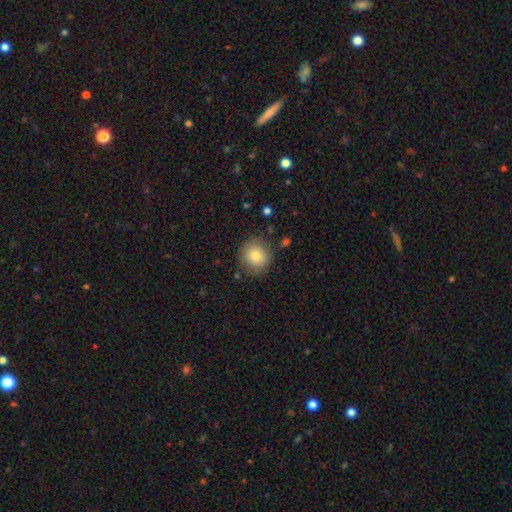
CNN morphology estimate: Q: Smooth or featured?
A: smooth (79%); runner-up: featured or disk (12%)
Q: How rounded?
A: round (91%); runner-up: in between (8%)
Q: Merging?
A: none (83%); runner-up: minor disturbance (12%)